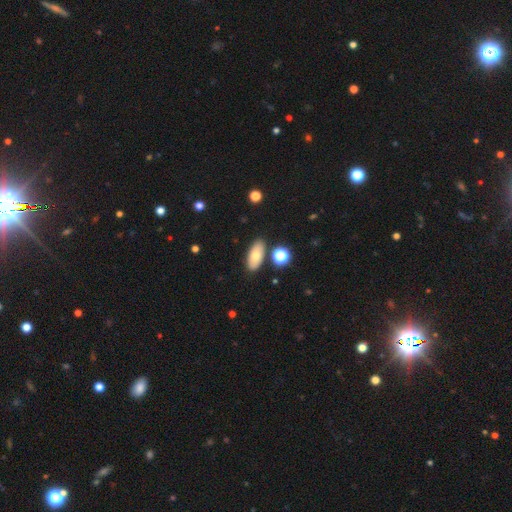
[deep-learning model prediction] smooth 74%, featured or disk 18%, star or artifact 8%. Down the decision tree: how rounded — in between (84%); merging — none (83%).